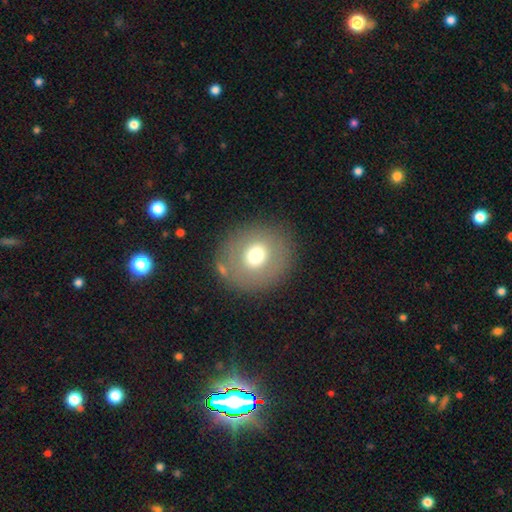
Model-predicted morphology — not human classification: type=smooth (67%); roundness=round (86%); merging=none (84%).